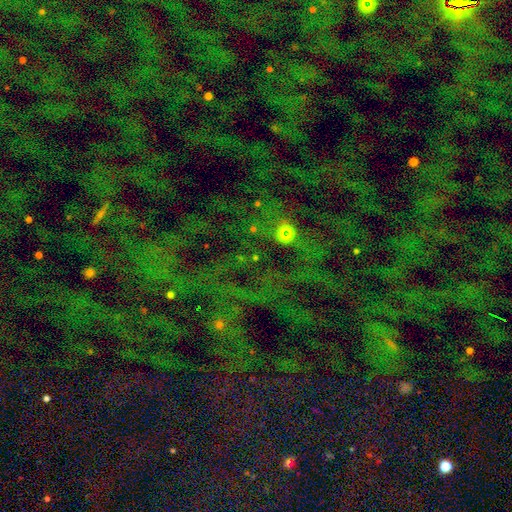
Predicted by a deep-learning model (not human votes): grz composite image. It shows a star or artifact, not a galaxy (74%).